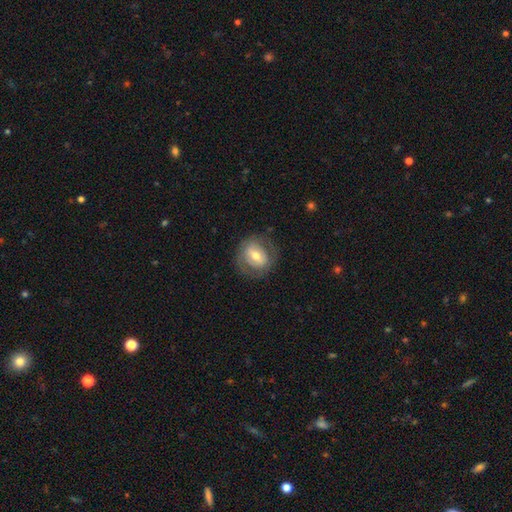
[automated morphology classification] Smooth or featured? featured or disk (48%)
Merging? none (73%)